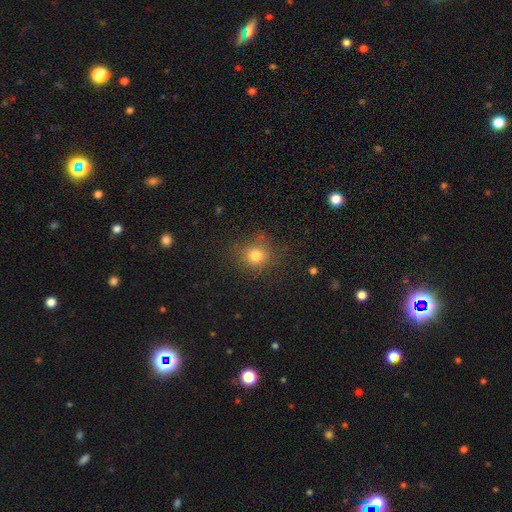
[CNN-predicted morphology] smooth 77%, star or artifact 16%, featured or disk 7%. Down the decision tree: how rounded — round (81%); merging — none (74%).